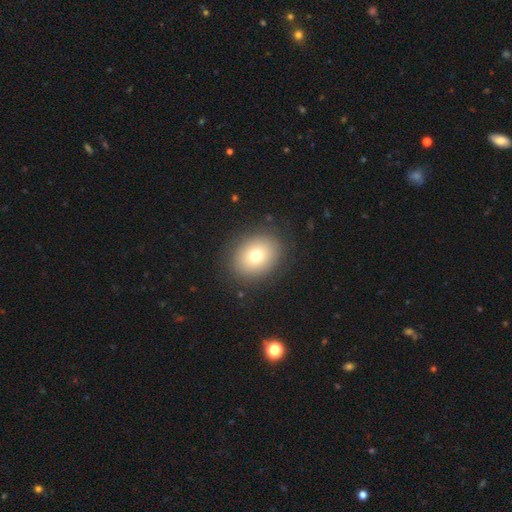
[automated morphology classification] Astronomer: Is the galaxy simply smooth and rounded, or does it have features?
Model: smooth — 76%.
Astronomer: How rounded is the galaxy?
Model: round — 55% (runner-up: in between, 44%).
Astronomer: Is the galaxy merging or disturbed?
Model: none — 88%.